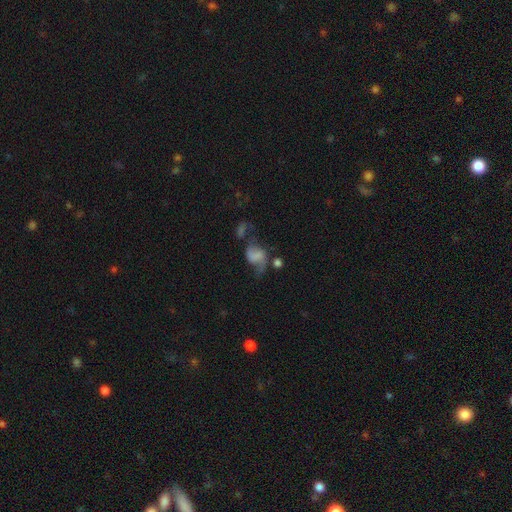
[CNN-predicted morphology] This appears to be a featured or disk galaxy (55%) with no bar (55%), spiral arms (81%) and no central bulge (65%). Merging: none (34%).